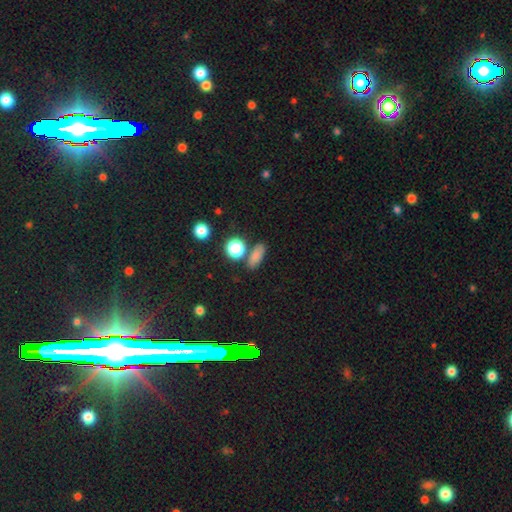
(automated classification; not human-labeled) smooth-or-featured: smooth: 78% | star or artifact: 15% | featured or disk: 7%
  how-rounded: in between: 64% | round: 20% | cigar-shaped: 16%
  merging: none: 77% | minor disturbance: 10% | merger: 9% | major disturbance: 3%